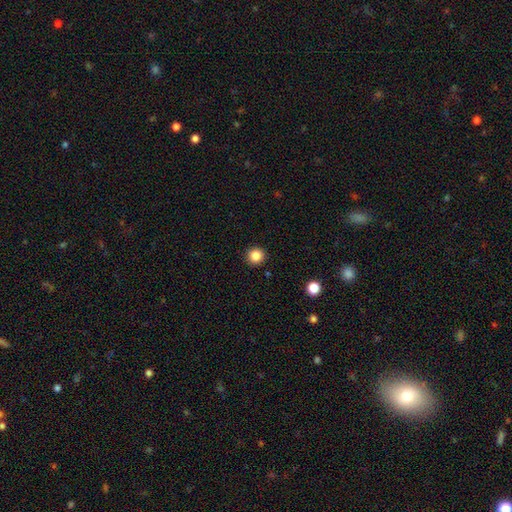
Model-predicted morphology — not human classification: The model was most divided on "smooth or featured": smooth: 86%, star or artifact: 11%, featured or disk: 4%. More confident: how rounded — round (95%); merging — none (92%).